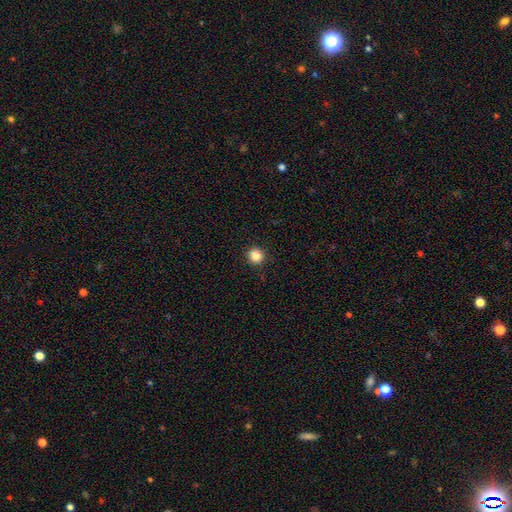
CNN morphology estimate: smooth_or_featured: smooth (p=0.86) [alt: star or artifact p=0.10]
how_rounded: round (p=0.91) [alt: in between p=0.08]
merging: none (p=0.92) [alt: minor disturbance p=0.05]